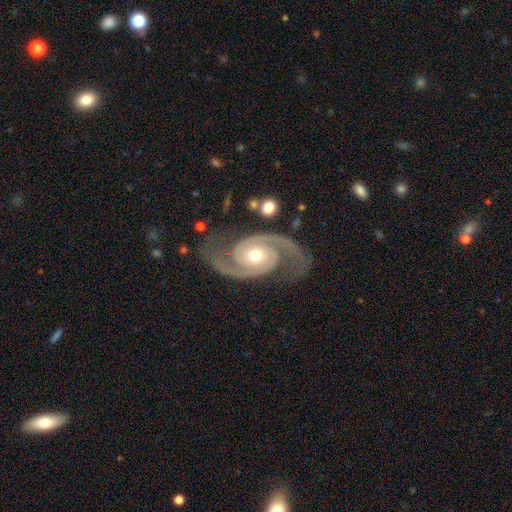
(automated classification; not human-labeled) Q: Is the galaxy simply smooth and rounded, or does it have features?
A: featured or disk — 94%.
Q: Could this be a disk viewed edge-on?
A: no — 98%.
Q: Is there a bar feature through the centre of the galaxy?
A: no — 67%.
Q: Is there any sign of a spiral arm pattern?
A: yes — 99%.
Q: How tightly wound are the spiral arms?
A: medium — 53%.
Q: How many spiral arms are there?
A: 2 — 94%.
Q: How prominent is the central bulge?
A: moderate — 67%.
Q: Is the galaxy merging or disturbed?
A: none — 83%.